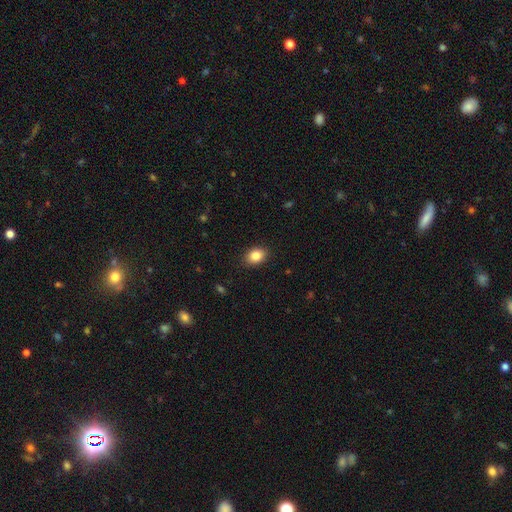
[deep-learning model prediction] Smooth or featured?
  - smooth: 85% *
  - star or artifact: 9%
  - featured or disk: 6%
How rounded?
  - in between: 73% *
  - round: 26%
  - cigar-shaped: 1%
Merging?
  - none: 89% *
  - minor disturbance: 8%
  - major disturbance: 2%
  - merger: 1%